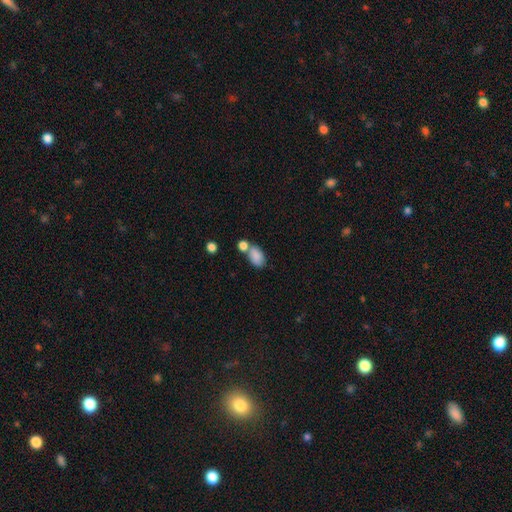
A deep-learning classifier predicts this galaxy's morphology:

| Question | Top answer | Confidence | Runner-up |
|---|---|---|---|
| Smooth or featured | smooth | 85% | star or artifact (8%) |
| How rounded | in between | 89% | round (10%) |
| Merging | none | 43% | merger (38%) |